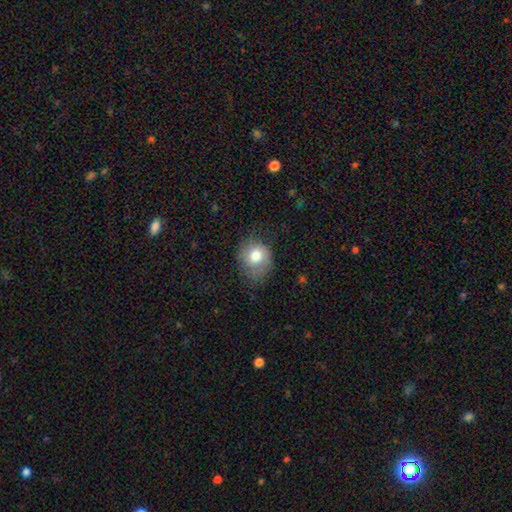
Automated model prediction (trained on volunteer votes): Morphology: type=smooth (76%); roundness=round (69%); merging=none (56%).